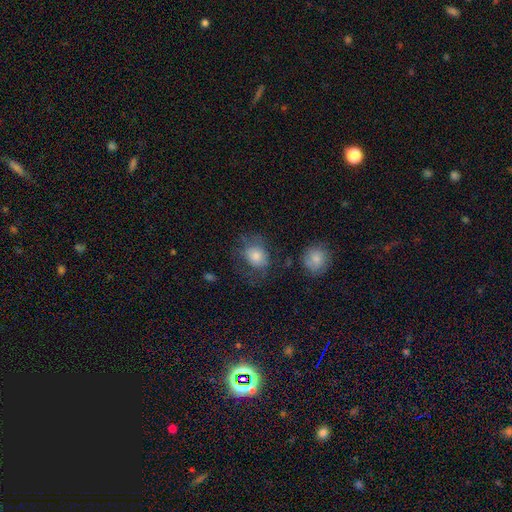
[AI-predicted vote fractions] A smooth galaxy with no disk features (68%) that is round (58%). Merging: none (54%).